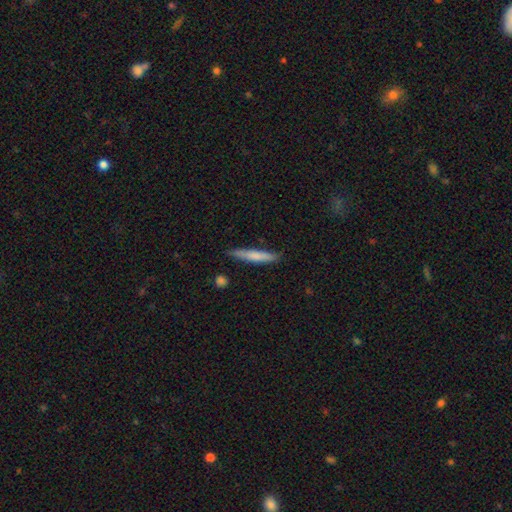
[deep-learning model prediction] Overall: smooth (70%). How rounded: cigar-shaped (93%). Merging: none (84%).